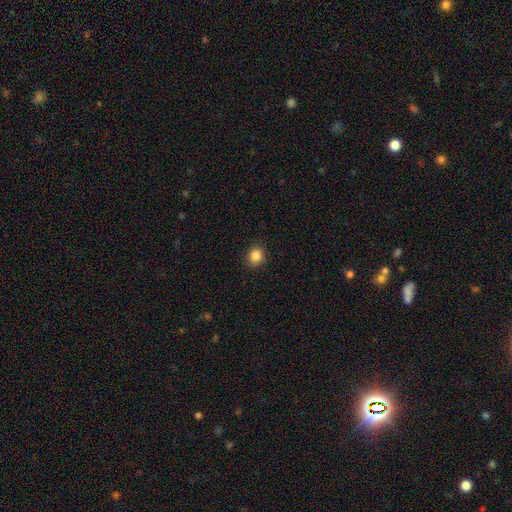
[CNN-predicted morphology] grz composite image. It shows a smooth galaxy with no disk features (86%) that is round (72%). Merging: none (89%).